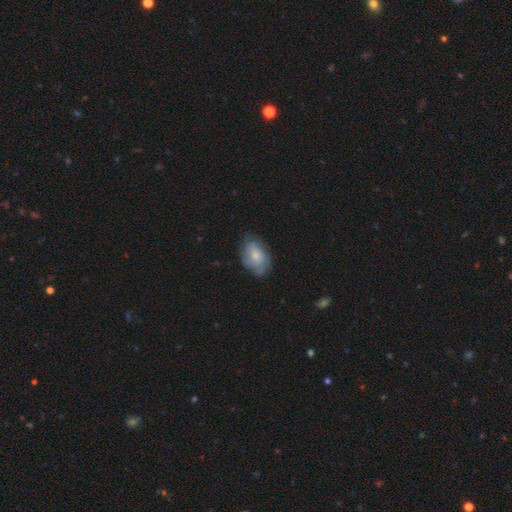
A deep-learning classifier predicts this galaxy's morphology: This is possibly a smooth galaxy (56%). How rounded: clearly in between (87%). Merging: likely none (65%).